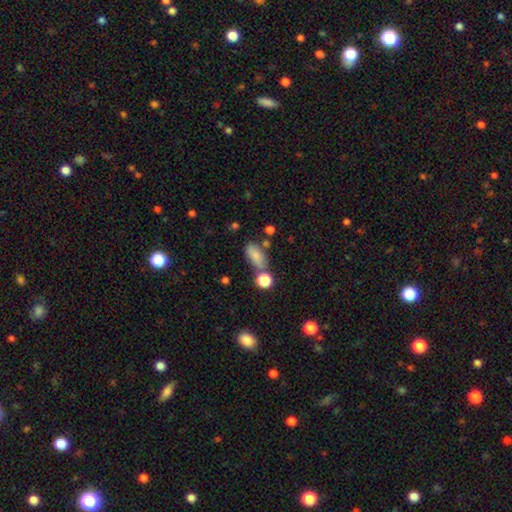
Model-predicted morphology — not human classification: A smooth galaxy with no disk features (79%) that is in between round and cigar-shaped (83%).

Vote fractions:
- Smooth or featured? smooth: 79% / featured or disk: 11% / star or artifact: 11%
- How rounded? in between: 83% / cigar-shaped: 9% / round: 7%
- Merging? none: 57% / minor disturbance: 19% / merger: 17% / major disturbance: 7%